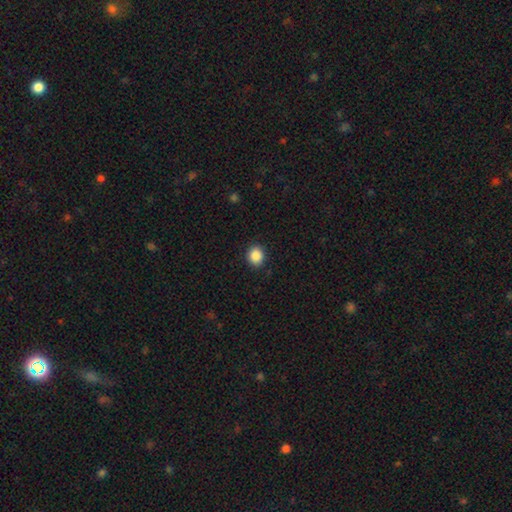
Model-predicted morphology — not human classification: Smooth or featured?
  - smooth: 88% *
  - star or artifact: 9%
  - featured or disk: 3%
How rounded?
  - round: 74% *
  - in between: 26%
  - cigar-shaped: 1%
Merging?
  - none: 90% *
  - minor disturbance: 7%
  - major disturbance: 2%
  - merger: 1%